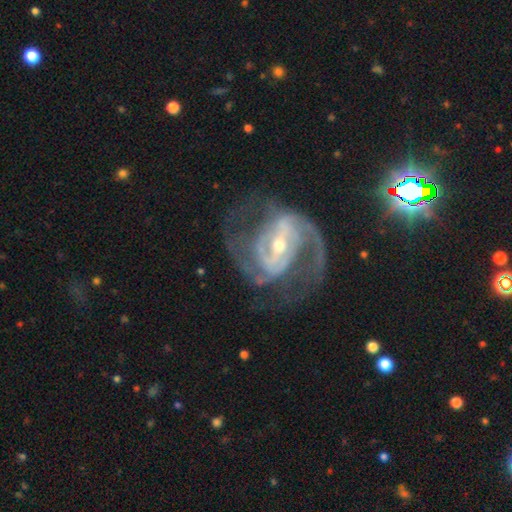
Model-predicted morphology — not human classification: featured or disk 88%, star or artifact 7%, smooth 5%. Down the decision tree: edge-on disk — no (97%); bar — strong (51%); spiral arms — yes (97%); spiral arm count — 2 (75%); spiral winding — medium (52%); bulge size — small (67%); merging — none (69%).